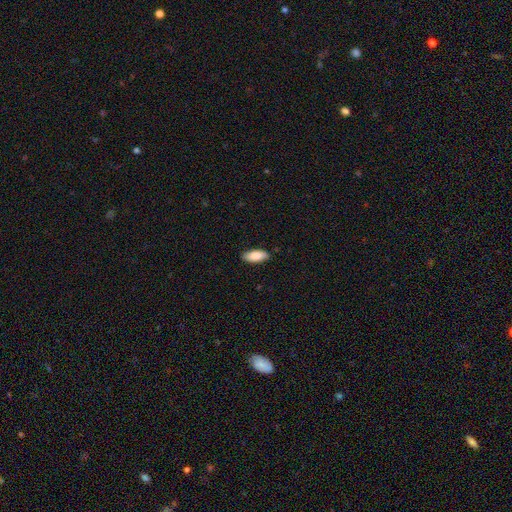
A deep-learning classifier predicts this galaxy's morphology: A smooth galaxy with no disk features (87%) that is in between round and cigar-shaped (83%).

Vote fractions:
- Smooth or featured? smooth: 87% / featured or disk: 7% / star or artifact: 6%
- How rounded? in between: 83% / cigar-shaped: 15% / round: 2%
- Merging? none: 87% / minor disturbance: 11% / major disturbance: 2% / merger: 1%